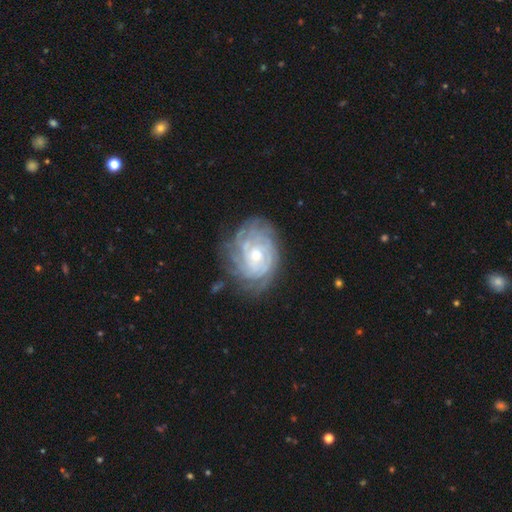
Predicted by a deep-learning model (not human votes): Smooth or featured: featured or disk — 84% (smooth — 10%)
Edge-on disk: no — 97% (yes — 3%)
Bar: no — 69% (weak — 25%)
Spiral arms: yes — 94% (no — 6%)
Spiral winding: tight — 78% (medium — 18%)
Spiral arm count: can't tell — 48% (4 — 14%)
Bulge size: moderate — 55% (small — 39%)
Merging: none — 72% (minor disturbance — 19%)